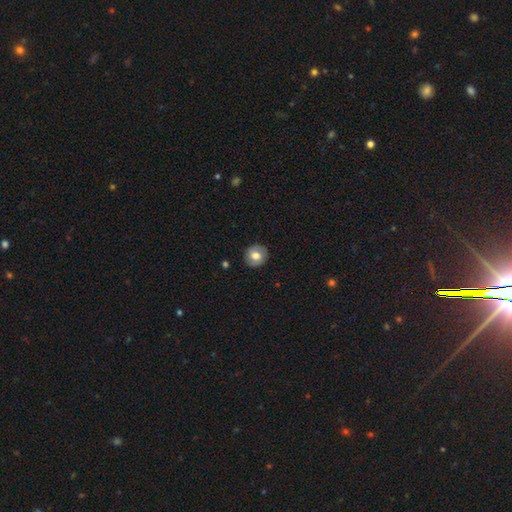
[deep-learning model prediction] A smooth galaxy with no disk features (71%) that is round (90%).

Vote fractions:
- Smooth or featured? smooth: 71% / featured or disk: 21% / star or artifact: 8%
- How rounded? round: 90% / in between: 9% / cigar-shaped: 1%
- Merging? none: 90% / minor disturbance: 7% / major disturbance: 2% / merger: 1%